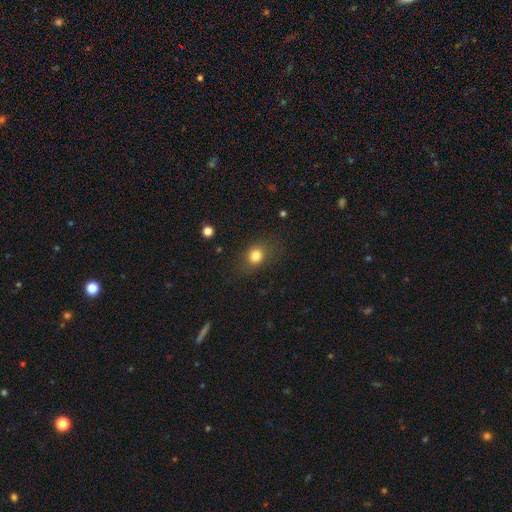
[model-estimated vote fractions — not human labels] A smooth galaxy with no disk features (79%) that is round (58%). Merging: none (75%).